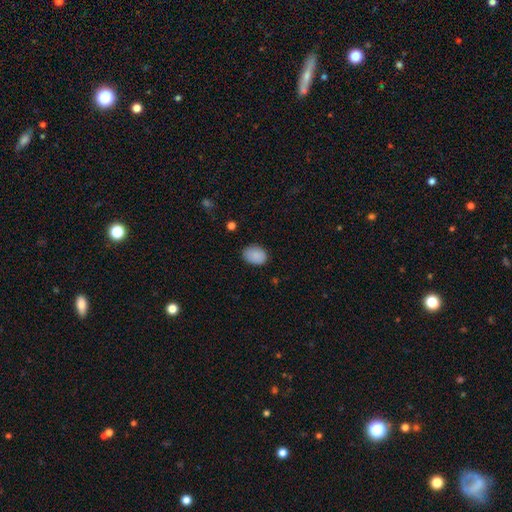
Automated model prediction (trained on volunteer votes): Smooth or featured? smooth (89%)
How rounded? in between (76%)
Merging? none (83%)